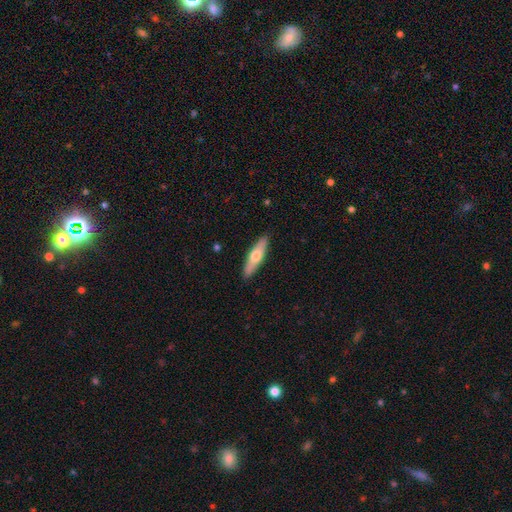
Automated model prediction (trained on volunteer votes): smooth-or-featured: smooth: 56% | featured or disk: 39% | star or artifact: 5%
  how-rounded: cigar-shaped: 70% | in between: 28% | round: 2%
  merging: none: 90% | minor disturbance: 8% | major disturbance: 2% | merger: 1%